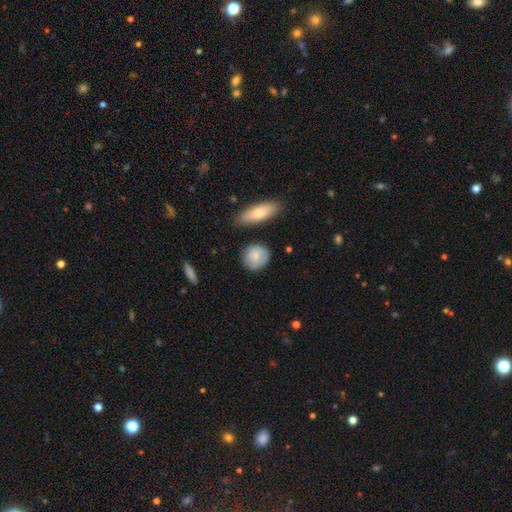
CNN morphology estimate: Q: Smooth or featured?
A: smooth (78%); runner-up: featured or disk (16%)
Q: How rounded?
A: round (83%); runner-up: in between (15%)
Q: Merging?
A: none (76%); runner-up: minor disturbance (17%)